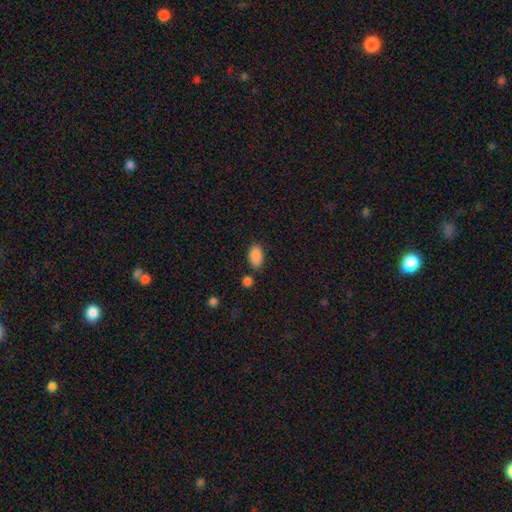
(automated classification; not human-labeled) smooth 89%, star or artifact 8%, featured or disk 3%. Down the decision tree: how rounded — in between (93%); merging — none (78%).